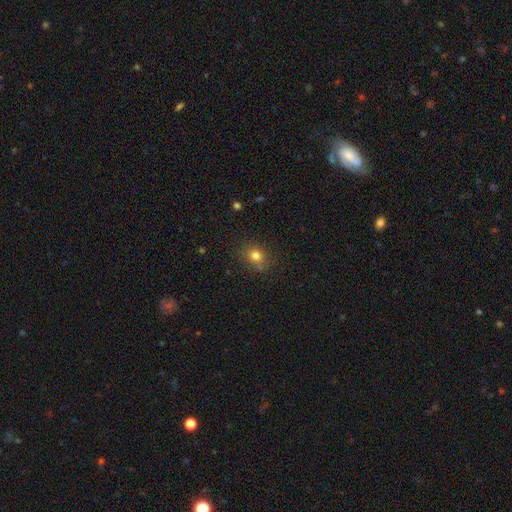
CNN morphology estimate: Overall: smooth (78%). How rounded: round (65%; in between 34%). Merging: none (75%).